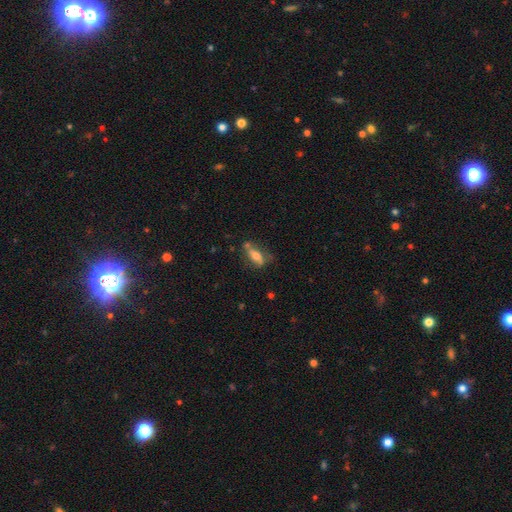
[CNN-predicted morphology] A smooth galaxy with no disk features (51%) that is in between round and cigar-shaped (62%). Merging: none (58%).